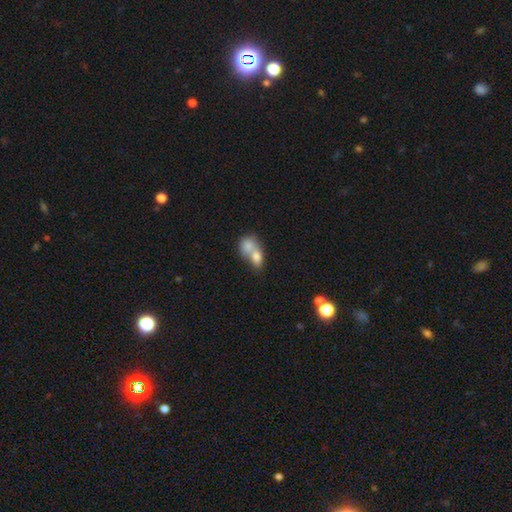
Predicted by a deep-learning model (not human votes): This appears to be a smooth galaxy with no disk features (74%) that is in between round and cigar-shaped (67%). Merging: merger (74%).